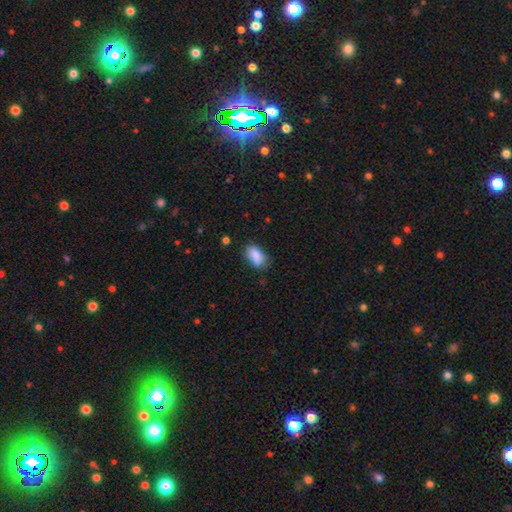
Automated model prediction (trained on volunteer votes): Q: Smooth or featured?
A: smooth (88%); runner-up: star or artifact (8%)
Q: How rounded?
A: in between (91%); runner-up: round (6%)
Q: Merging?
A: none (73%); runner-up: minor disturbance (21%)